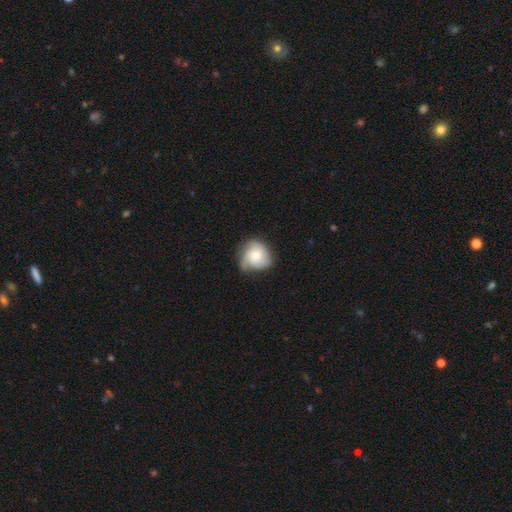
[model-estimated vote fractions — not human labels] A smooth galaxy with no disk features (54%) that is round (74%).

Vote fractions:
- Smooth or featured? smooth: 54% / featured or disk: 39% / star or artifact: 7%
- How rounded? round: 74% / in between: 25% / cigar-shaped: 1%
- Merging? none: 52% / minor disturbance: 35% / major disturbance: 11% / merger: 2%